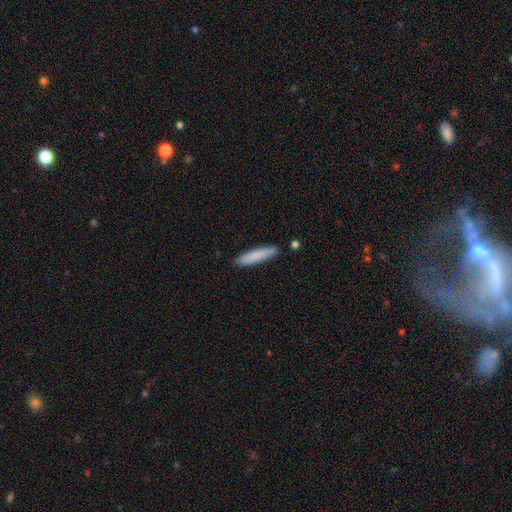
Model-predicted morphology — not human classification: smooth_or_featured: smooth (p=0.83) [alt: featured or disk p=0.11]
how_rounded: cigar-shaped (p=0.84) [alt: in between p=0.15]
merging: none (p=0.85) [alt: minor disturbance p=0.10]